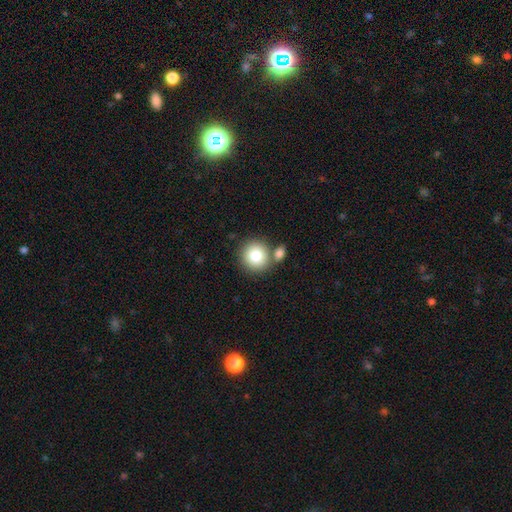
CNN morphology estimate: type=smooth (80%); roundness=round (91%); merging=none (68%).